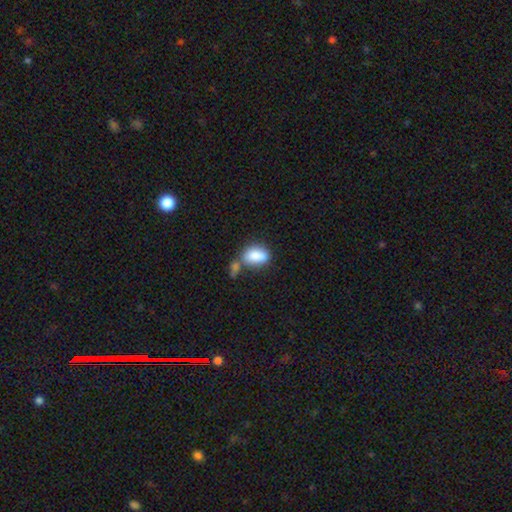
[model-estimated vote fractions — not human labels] This is clearly a smooth galaxy (84%). How rounded: clearly in between (87%). Merging: marginally none (40%).